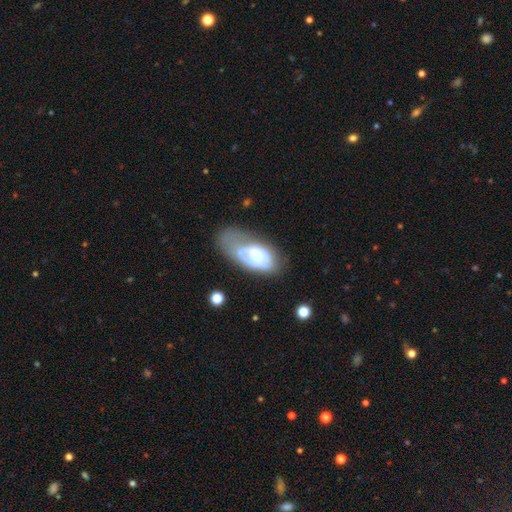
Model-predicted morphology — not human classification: Smooth or featured? Predicted: featured or disk (p=0.49). Merging? Predicted: major disturbance (p=0.37).